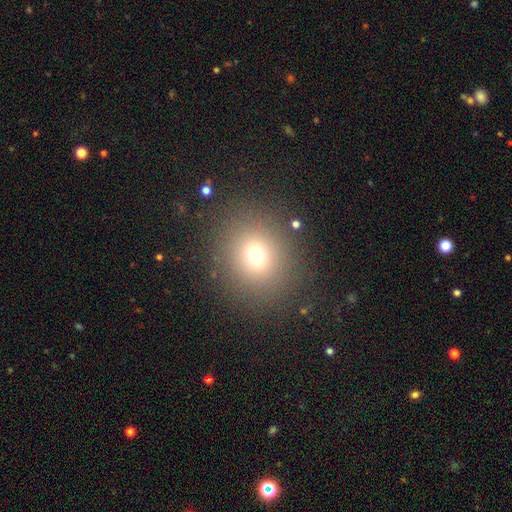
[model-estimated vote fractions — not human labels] smooth-or-featured: smooth: 70% | star or artifact: 20% | featured or disk: 10%
  how-rounded: round: 82% | in between: 17% | cigar-shaped: 1%
  merging: none: 86% | minor disturbance: 7% | major disturbance: 5% | merger: 2%